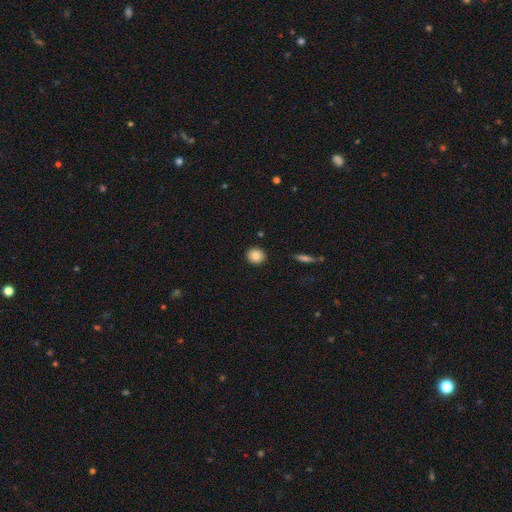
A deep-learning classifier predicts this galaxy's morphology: This is clearly a smooth galaxy (83%). How rounded: clearly round (81%). Merging: clearly none (91%).